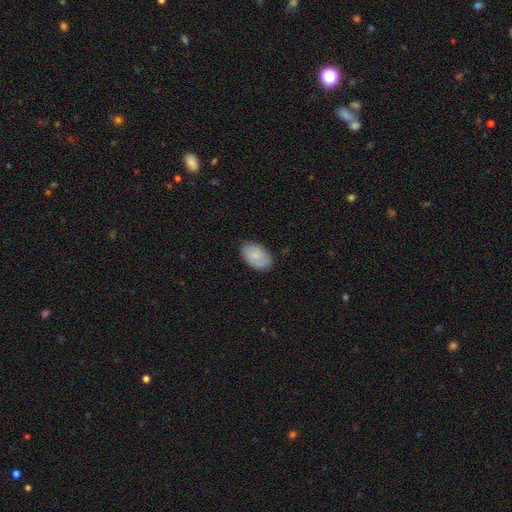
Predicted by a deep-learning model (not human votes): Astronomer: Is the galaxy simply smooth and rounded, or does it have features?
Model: smooth — 76%.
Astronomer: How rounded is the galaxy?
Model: in between — 90%.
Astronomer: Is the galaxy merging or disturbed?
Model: none — 77%.